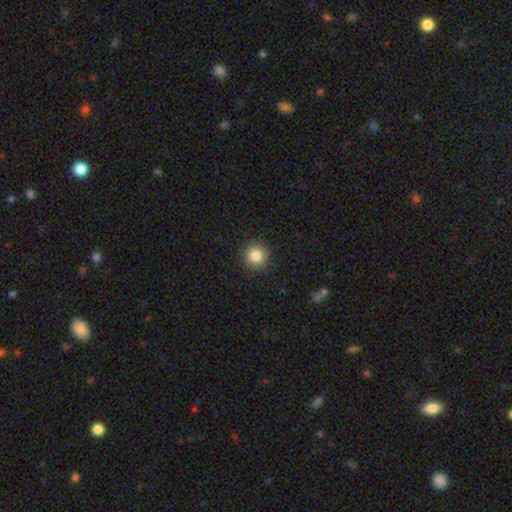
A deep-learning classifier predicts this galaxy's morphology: Q: Smooth or featured?
A: smooth (85%); runner-up: star or artifact (10%)
Q: How rounded?
A: round (95%); runner-up: in between (5%)
Q: Merging?
A: none (92%); runner-up: minor disturbance (5%)